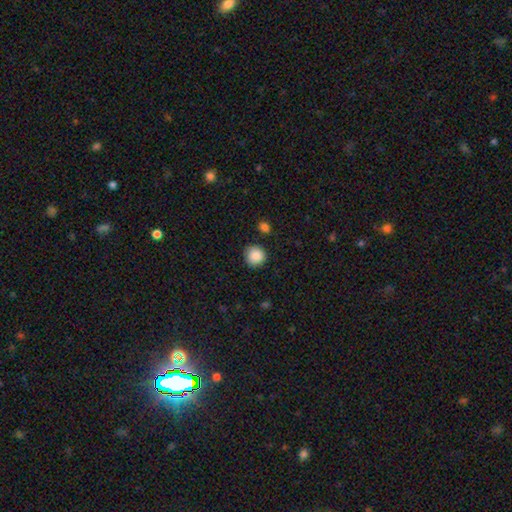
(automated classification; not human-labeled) A smooth galaxy with no disk features (88%) that is round (93%).

Vote fractions:
- Smooth or featured? smooth: 88% / star or artifact: 9% / featured or disk: 3%
- How rounded? round: 93% / in between: 6% / cigar-shaped: 1%
- Merging? none: 85% / minor disturbance: 11% / major disturbance: 2% / merger: 2%